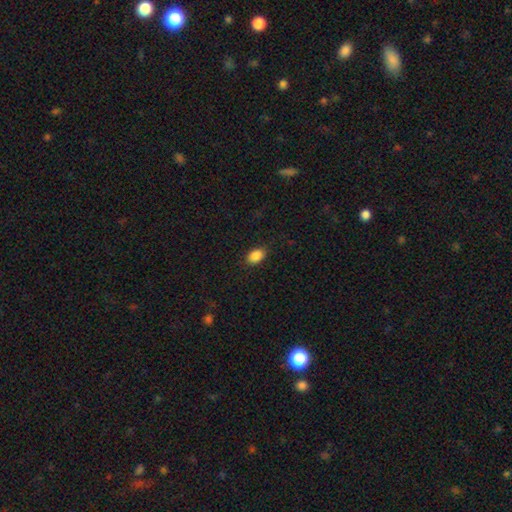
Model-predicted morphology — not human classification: Q: Smooth or featured?
A: smooth (88%); runner-up: star or artifact (8%)
Q: How rounded?
A: in between (87%); runner-up: round (11%)
Q: Merging?
A: none (86%); runner-up: minor disturbance (10%)